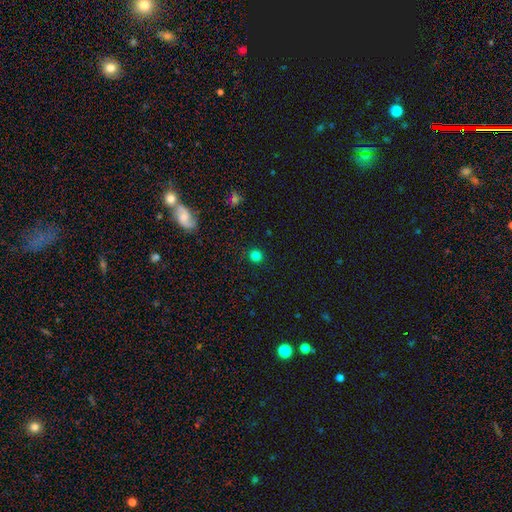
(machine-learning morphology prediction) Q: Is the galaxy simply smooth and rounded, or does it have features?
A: smooth — 80%.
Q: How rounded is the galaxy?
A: round — 93%.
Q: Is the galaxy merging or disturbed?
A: none — 90%.